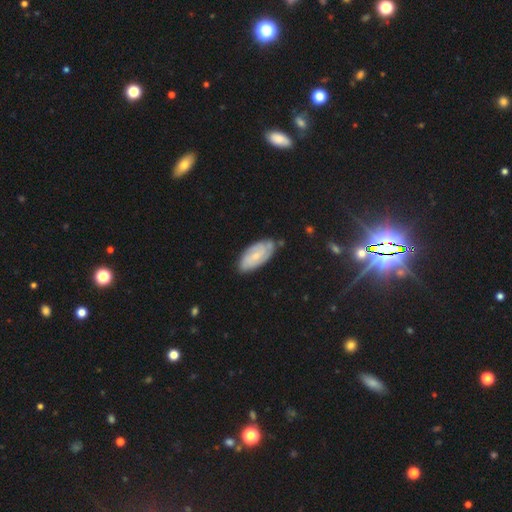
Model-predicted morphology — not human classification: type=featured or disk (58%); edge-on=no (93%); bar=no (55%); spiral arms=yes (87%); bulge=small (66%); merging=none (71%).